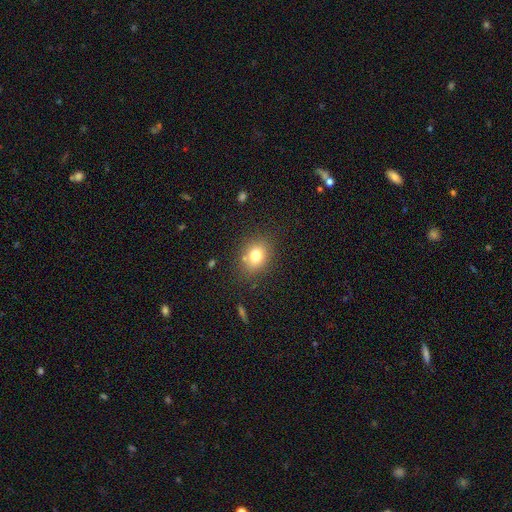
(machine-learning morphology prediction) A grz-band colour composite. It shows a smooth galaxy with no disk features (76%) that is round (54%). Merging: none (79%).